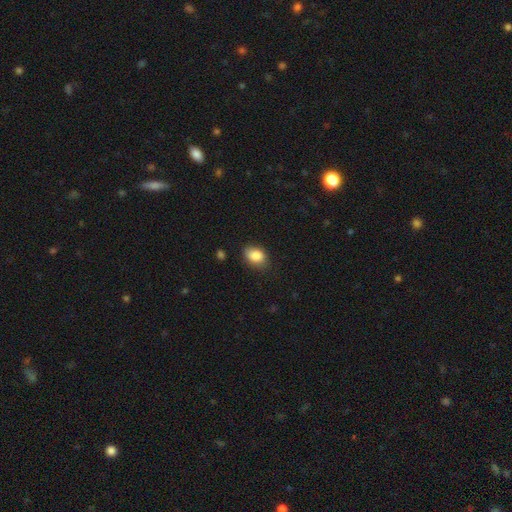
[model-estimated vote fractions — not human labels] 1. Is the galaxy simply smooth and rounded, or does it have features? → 87% smooth, 8% star or artifact, 5% featured or disk.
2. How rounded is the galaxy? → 74% in between, 25% round, 1% cigar-shaped.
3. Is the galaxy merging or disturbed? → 78% none, 17% minor disturbance, 3% major disturbance, 1% merger.